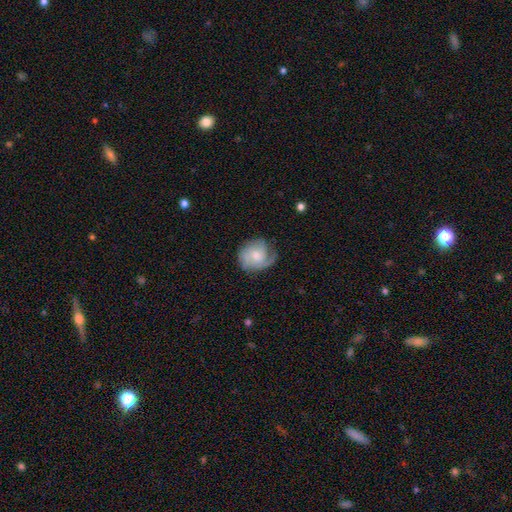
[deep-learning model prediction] smooth_or_featured: featured or disk (p=0.54) [alt: smooth p=0.39]
disk_edge_on: no (p=0.97) [alt: yes p=0.03]
bar: no (p=0.74) [alt: weak p=0.23]
has_spiral_arms: yes (p=0.85) [alt: no p=0.15]
bulge_size: moderate (p=0.50) [alt: small p=0.31]
merging: none (p=0.55) [alt: minor disturbance p=0.27]